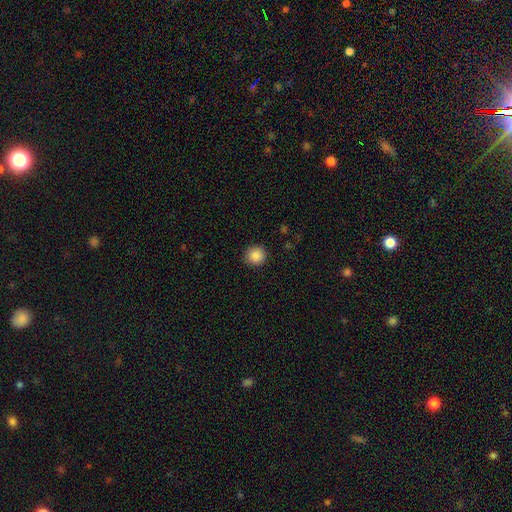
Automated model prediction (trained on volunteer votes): The model was most divided on "smooth or featured": smooth: 87%, star or artifact: 9%, featured or disk: 4%. More confident: how rounded — round (93%); merging — none (91%).